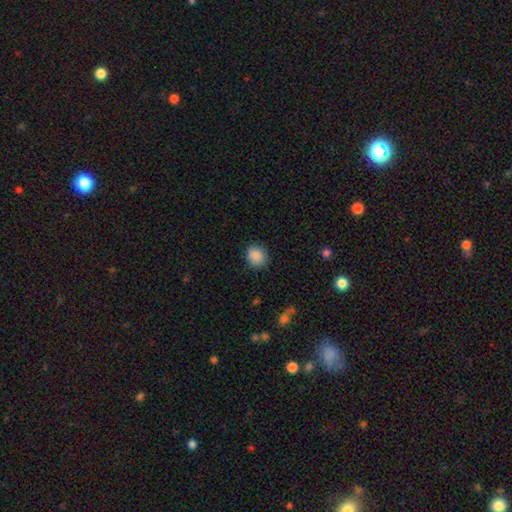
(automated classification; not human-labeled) Morphology: type=smooth (88%); roundness=round (73%); merging=none (85%).